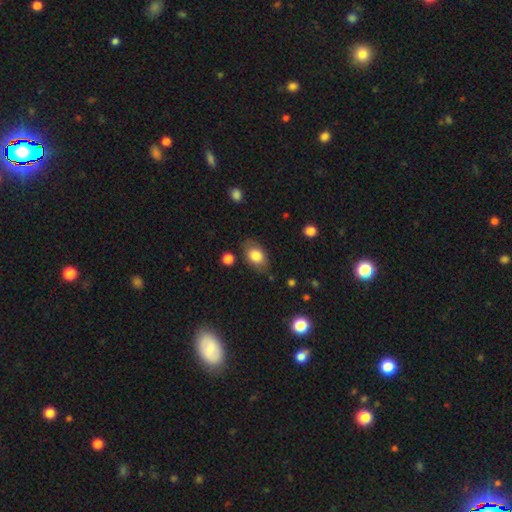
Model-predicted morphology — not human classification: This is likely a smooth galaxy (79%). How rounded: clearly in between (81%). Merging: likely none (75%).